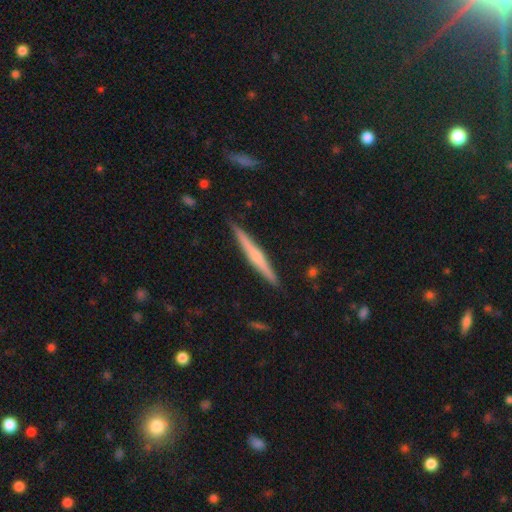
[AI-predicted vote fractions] A featured or disk galaxy (60%) viewed edge-on (98%) with a rounded central bulge (54%). Merging: none (91%).